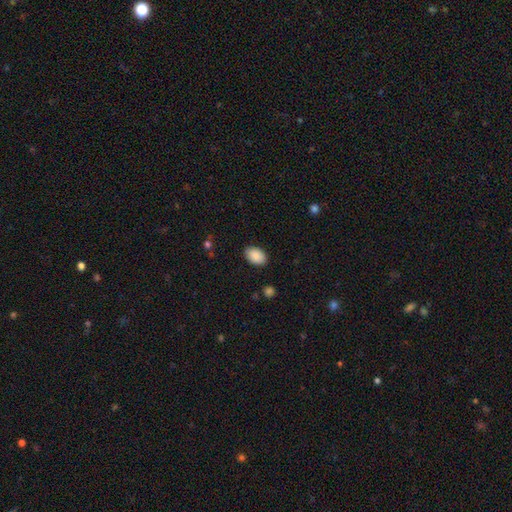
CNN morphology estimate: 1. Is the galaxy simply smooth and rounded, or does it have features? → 90% smooth, 7% star or artifact, 4% featured or disk.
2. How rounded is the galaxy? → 88% in between, 11% round, 1% cigar-shaped.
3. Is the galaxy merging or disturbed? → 86% none, 11% minor disturbance, 2% major disturbance, 1% merger.